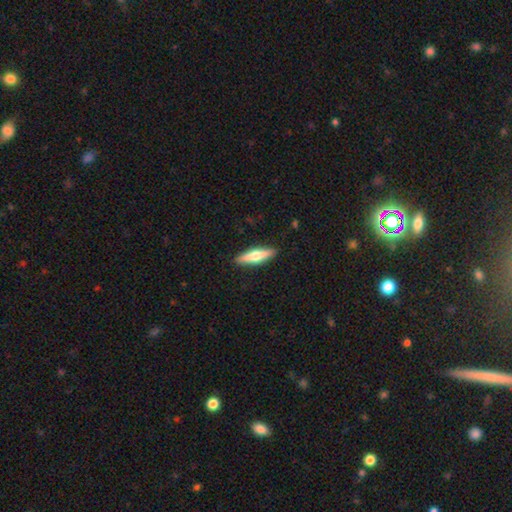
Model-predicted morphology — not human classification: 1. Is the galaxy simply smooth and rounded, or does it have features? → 50% smooth, 44% featured or disk, 5% star or artifact.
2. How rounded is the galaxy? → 74% cigar-shaped, 24% in between, 2% round.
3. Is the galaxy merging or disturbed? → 90% none, 7% minor disturbance, 2% major disturbance, 1% merger.